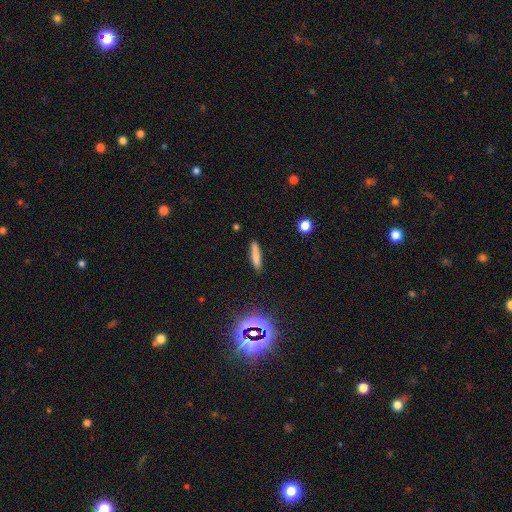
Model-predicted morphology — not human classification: Smooth or featured? Predicted: smooth (p=0.76). How rounded? Predicted: cigar-shaped (p=0.86). Merging? Predicted: none (p=0.86).